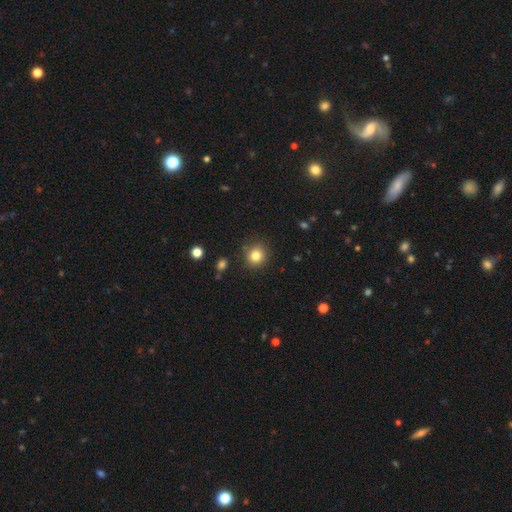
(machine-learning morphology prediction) Smooth or featured? smooth (82%)
How rounded? round (87%)
Merging? none (87%)